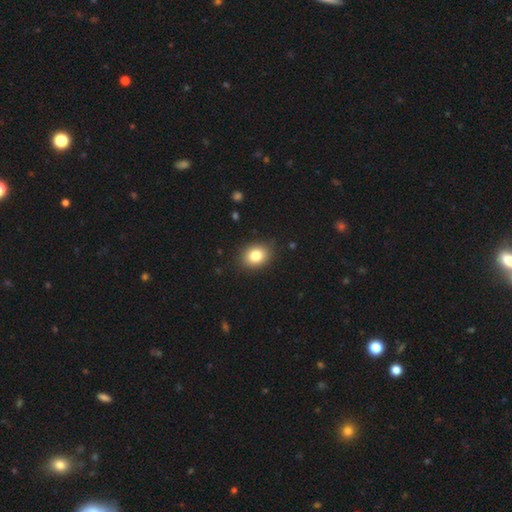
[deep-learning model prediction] smooth 82%, star or artifact 10%, featured or disk 8%. Down the decision tree: how rounded — in between (54%); merging — none (86%).